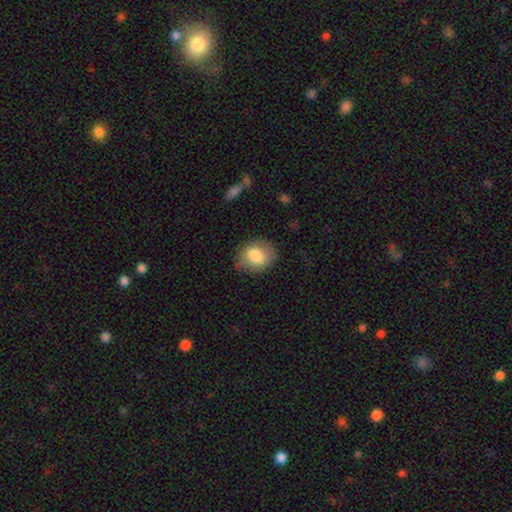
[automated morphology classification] Q: Smooth or featured?
A: smooth (79%); runner-up: featured or disk (14%)
Q: How rounded?
A: round (56%); runner-up: in between (43%)
Q: Merging?
A: none (74%); runner-up: minor disturbance (19%)